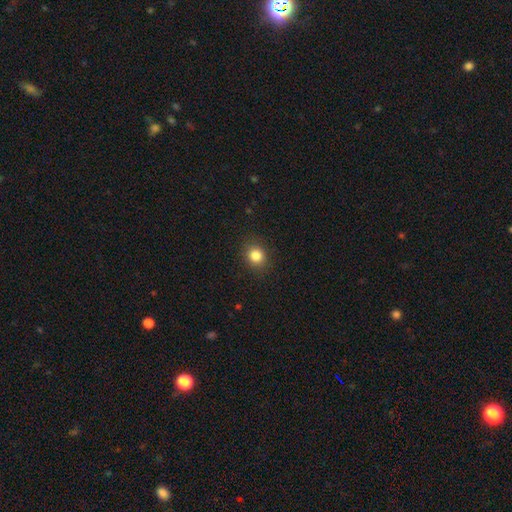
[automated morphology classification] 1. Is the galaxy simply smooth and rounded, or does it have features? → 84% smooth, 11% star or artifact, 5% featured or disk.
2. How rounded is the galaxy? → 76% round, 23% in between, 1% cigar-shaped.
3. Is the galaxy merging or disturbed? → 89% none, 7% minor disturbance, 2% major disturbance, 1% merger.